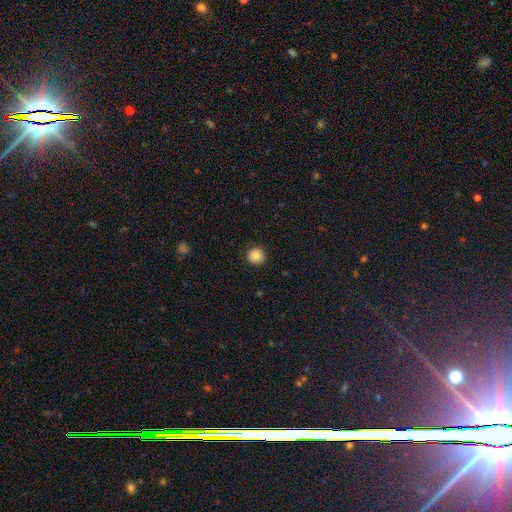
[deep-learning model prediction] Morphology: type=smooth (84%); roundness=round (94%); merging=none (90%).